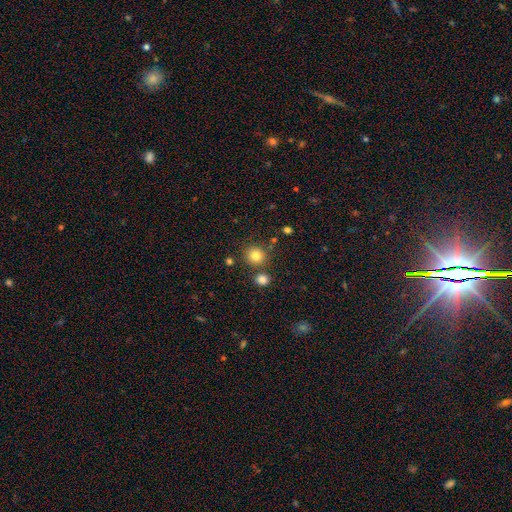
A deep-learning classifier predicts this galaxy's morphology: type=smooth (81%); roundness=round (89%); merging=none (79%).